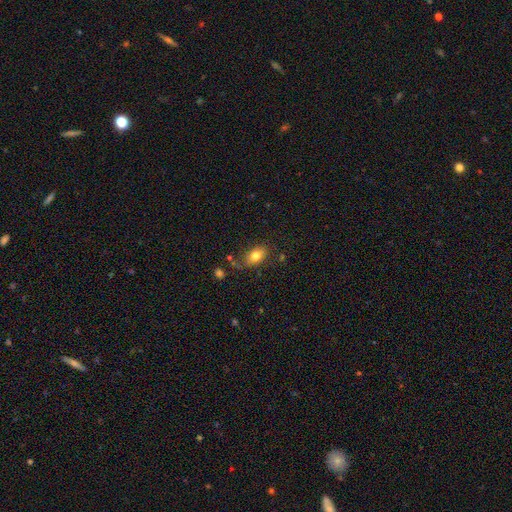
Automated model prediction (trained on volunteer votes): A smooth galaxy with no disk features (79%) that is in between round and cigar-shaped (85%). Merging: none (68%).